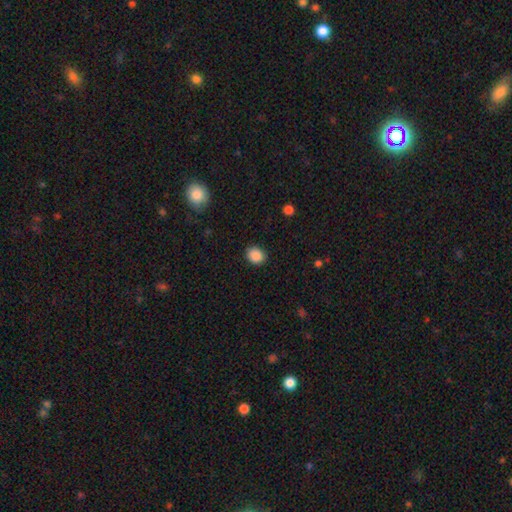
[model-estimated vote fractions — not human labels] This is clearly a smooth galaxy (88%). How rounded: likely round (65%). Merging: clearly none (87%).